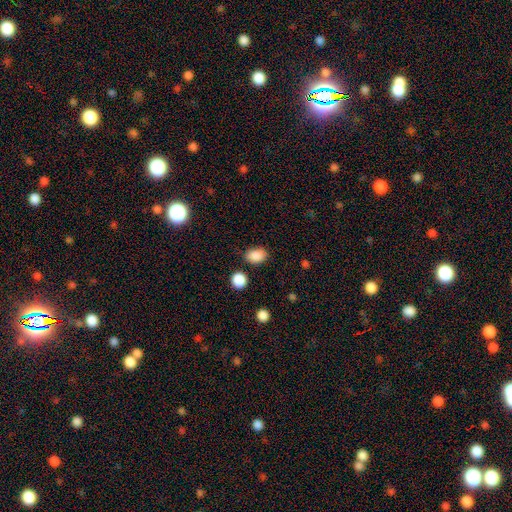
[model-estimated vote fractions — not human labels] A smooth galaxy with no disk features (87%) that is in between round and cigar-shaped (75%). Merging: none (80%).